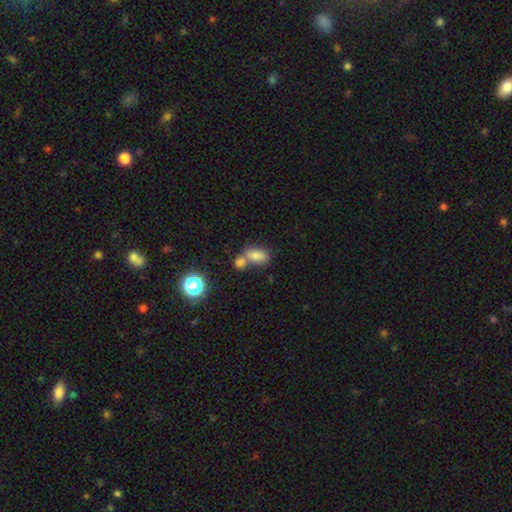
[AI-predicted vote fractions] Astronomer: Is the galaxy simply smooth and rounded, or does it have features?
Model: smooth — 78%.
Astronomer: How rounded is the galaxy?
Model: in between — 83%.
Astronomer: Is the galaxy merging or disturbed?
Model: merger — 47% (runner-up: none, 38%).